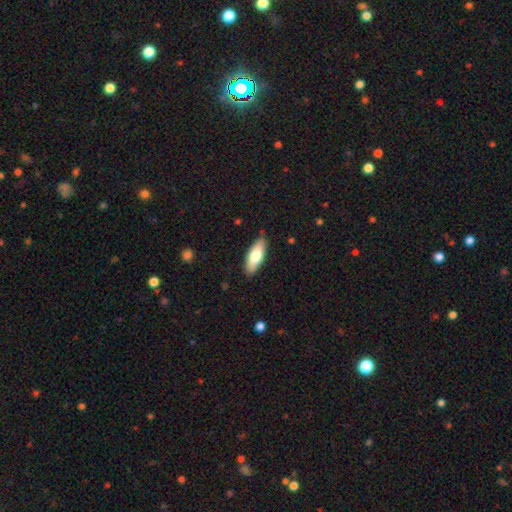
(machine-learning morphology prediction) This appears to be a smooth galaxy with no disk features (71%) that is in between round and cigar-shaped (70%). Merging: none (87%).